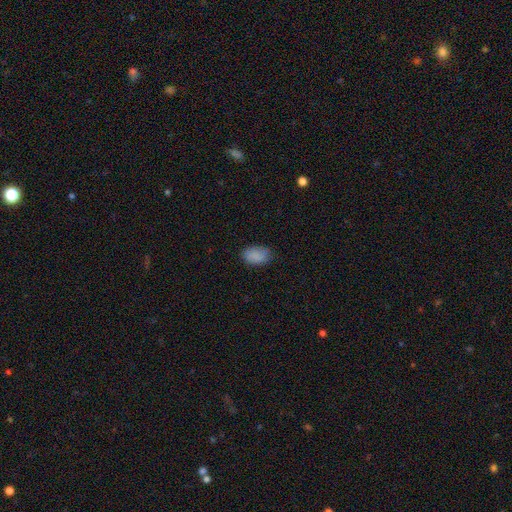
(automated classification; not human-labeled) Morphology: type=smooth (86%); roundness=in between (86%); merging=none (75%).